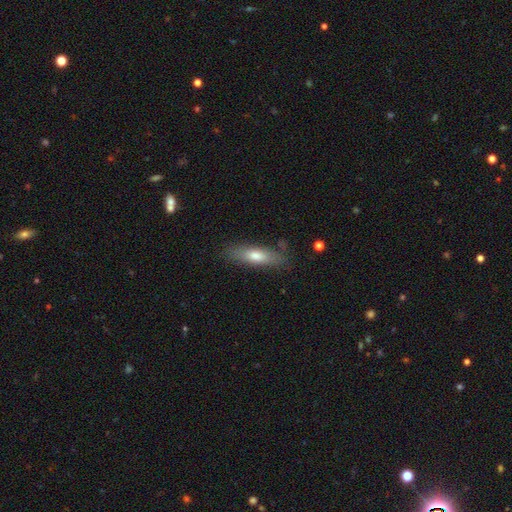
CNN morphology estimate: This is likely a smooth galaxy (67%). How rounded: possibly cigar-shaped (60%). Merging: clearly none (81%).